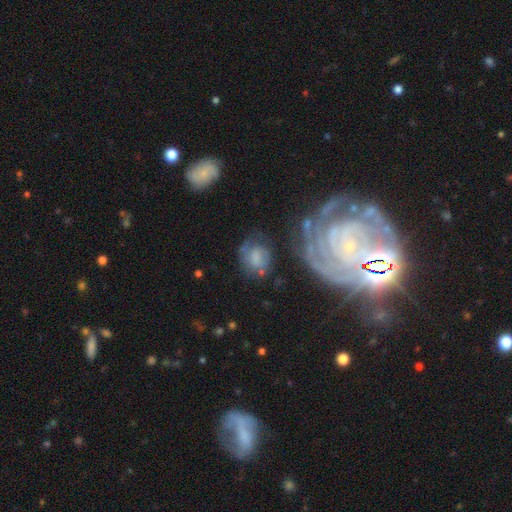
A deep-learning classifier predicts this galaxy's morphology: featured or disk 48%, smooth 42%, star or artifact 10%. Down the decision tree: merging — none (54%).